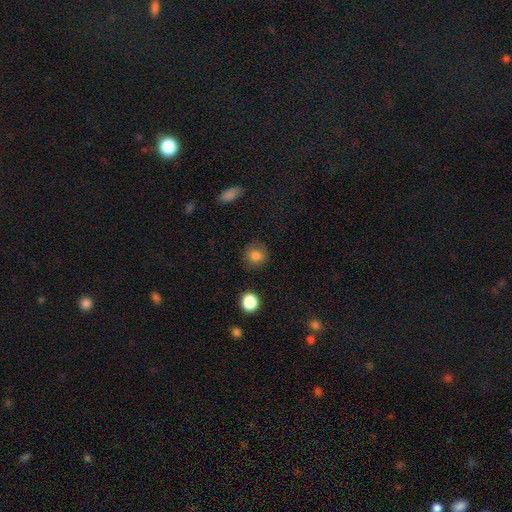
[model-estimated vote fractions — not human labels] smooth_or_featured: smooth (p=0.82) [alt: star or artifact p=0.11]
how_rounded: round (p=0.85) [alt: in between p=0.14]
merging: none (p=0.82) [alt: minor disturbance p=0.13]